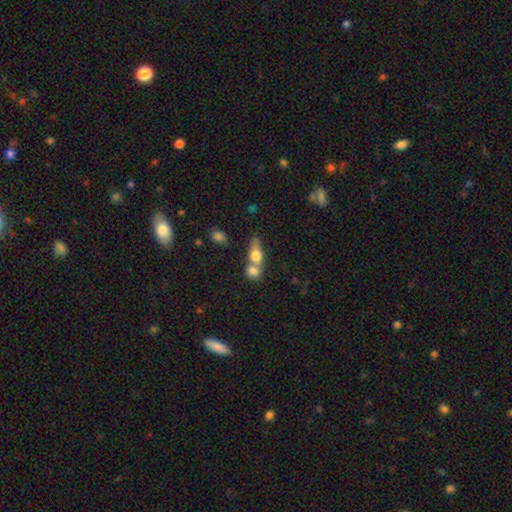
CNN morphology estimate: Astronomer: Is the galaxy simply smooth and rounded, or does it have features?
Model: smooth — 74%.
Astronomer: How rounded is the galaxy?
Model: in between — 53% (runner-up: round, 38%).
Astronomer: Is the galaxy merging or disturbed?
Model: merger — 67%.